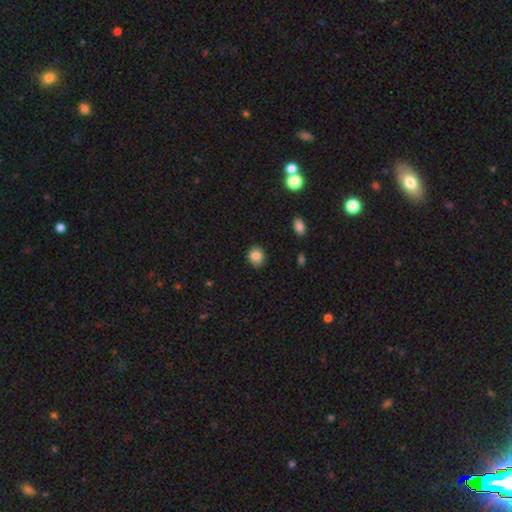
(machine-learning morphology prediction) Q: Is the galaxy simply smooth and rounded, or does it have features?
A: smooth — 85%.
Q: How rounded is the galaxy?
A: round — 65%.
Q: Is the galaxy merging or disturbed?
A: none — 85%.